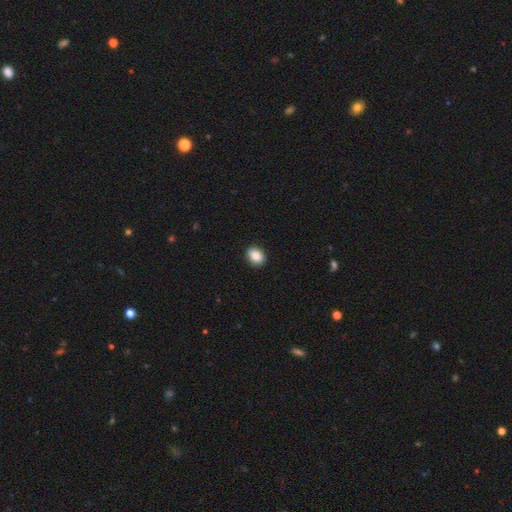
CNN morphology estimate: type=smooth (86%); roundness=in between (64%); merging=none (91%).